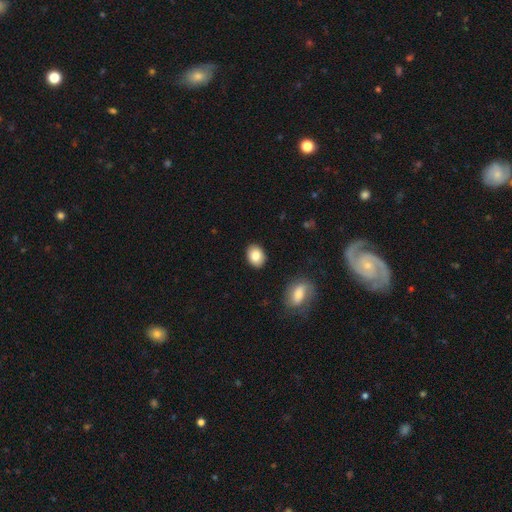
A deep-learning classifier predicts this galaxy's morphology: This appears to be a smooth galaxy with no disk features (85%) that is in between round and cigar-shaped (63%). Merging: none (89%).